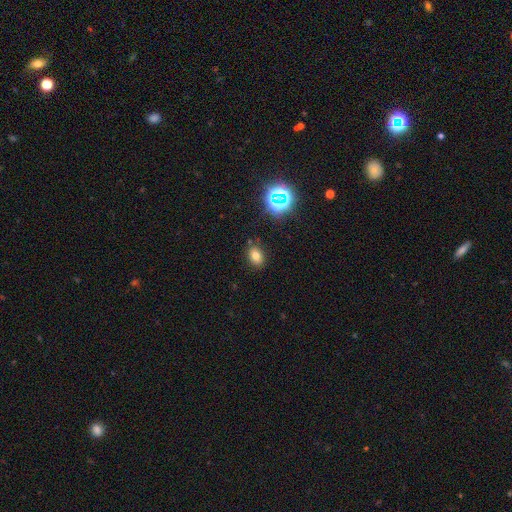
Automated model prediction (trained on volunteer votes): Q: Smooth or featured?
A: smooth (70%); runner-up: star or artifact (20%)
Q: How rounded?
A: in between (73%); runner-up: round (25%)
Q: Merging?
A: none (83%); runner-up: minor disturbance (11%)